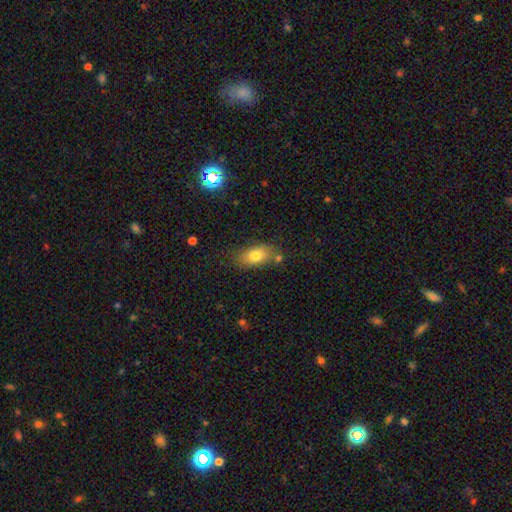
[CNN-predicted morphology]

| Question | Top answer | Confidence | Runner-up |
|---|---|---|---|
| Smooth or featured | smooth | 77% | featured or disk (14%) |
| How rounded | in between | 86% | round (9%) |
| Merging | none | 73% | minor disturbance (16%) |